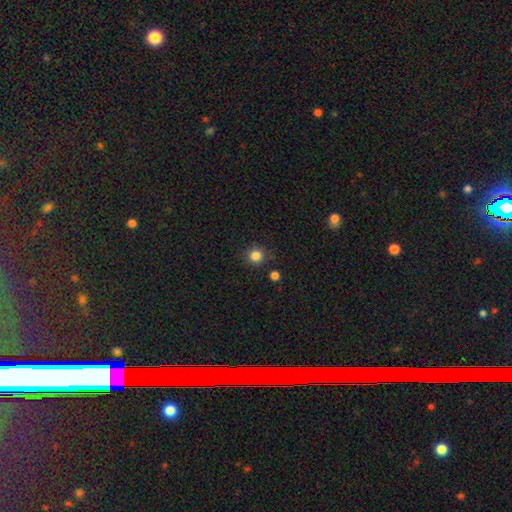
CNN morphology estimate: Smooth or featured: smooth — 83% (star or artifact — 12%)
How rounded: round — 92% (in between — 7%)
Merging: none — 85% (minor disturbance — 9%)